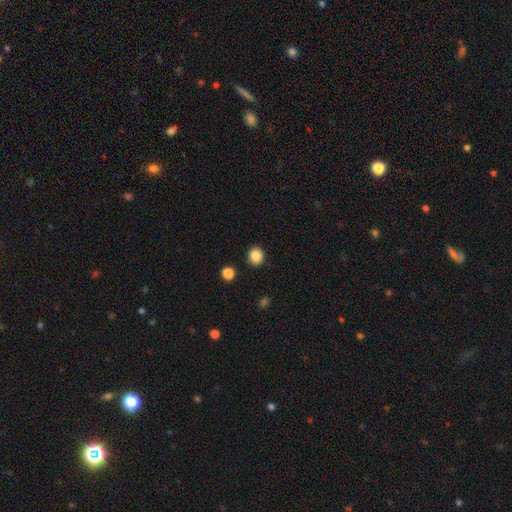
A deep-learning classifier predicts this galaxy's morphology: Smooth or featured? Predicted: smooth (p=0.86). How rounded? Predicted: round (p=0.78). Merging? Predicted: none (p=0.90).